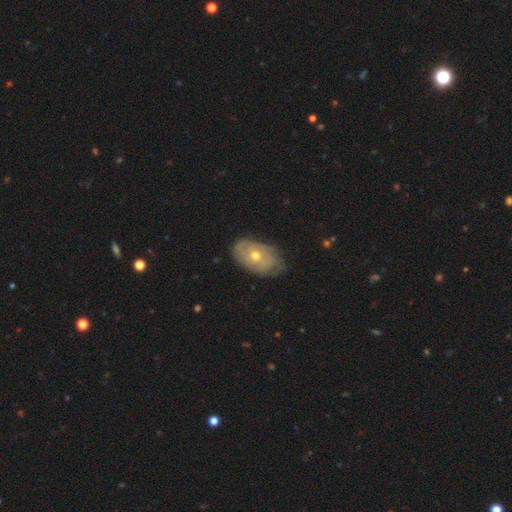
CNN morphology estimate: This appears to be a featured or disk galaxy (63%) with no bar (83%), spiral arms (69%) and a moderate central bulge (61%). Merging: none (67%).